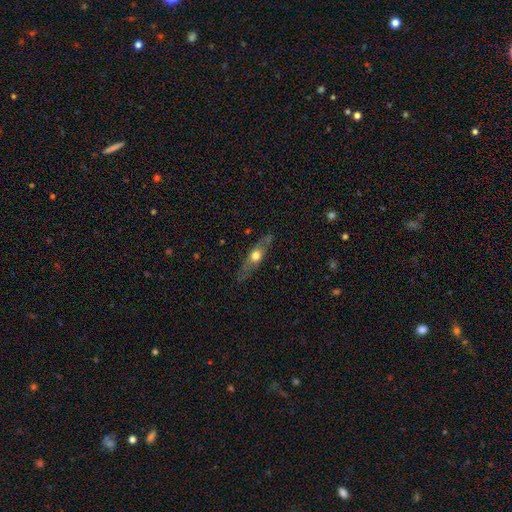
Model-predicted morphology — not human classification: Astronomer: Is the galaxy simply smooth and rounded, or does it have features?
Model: featured or disk — 55% (runner-up: smooth, 40%).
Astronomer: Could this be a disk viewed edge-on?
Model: yes — 72%.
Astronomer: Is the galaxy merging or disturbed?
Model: none — 78%.